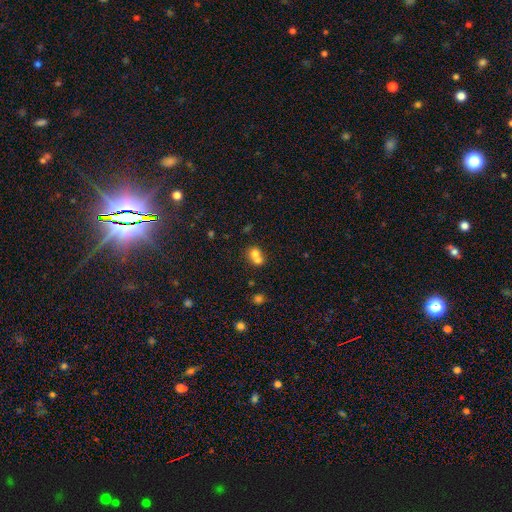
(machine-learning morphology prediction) smooth-or-featured: smooth: 70% | featured or disk: 18% | star or artifact: 12%
  how-rounded: round: 72% | in between: 27% | cigar-shaped: 1%
  merging: merger: 65% | none: 27% | minor disturbance: 5% | major disturbance: 3%